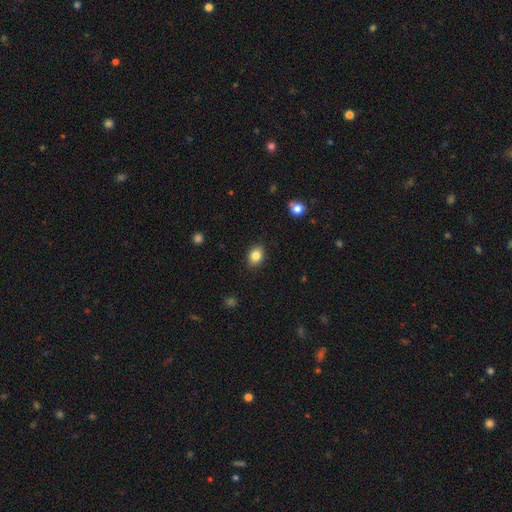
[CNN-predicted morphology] This appears to be a smooth galaxy with no disk features (85%) that is in between round and cigar-shaped (65%). Merging: none (89%).